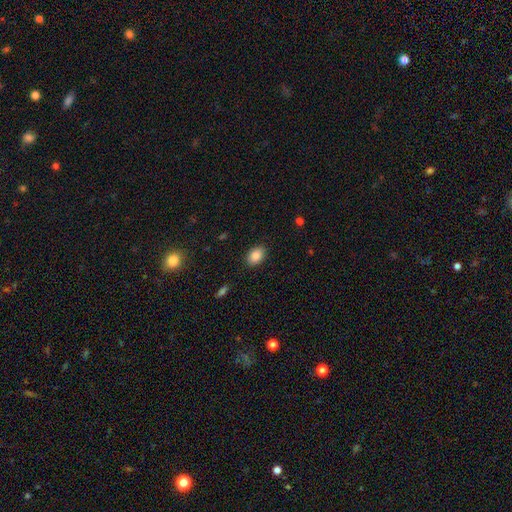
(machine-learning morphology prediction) type=smooth (86%); roundness=in between (84%); merging=none (88%).